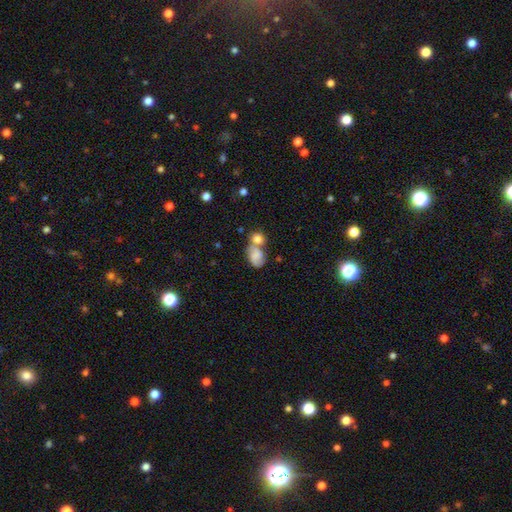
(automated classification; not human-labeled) Smooth or featured? smooth (67%)
How rounded? in between (76%)
Merging? merger (53%)